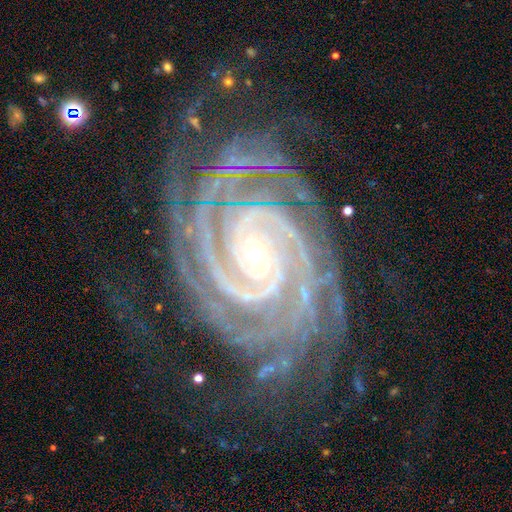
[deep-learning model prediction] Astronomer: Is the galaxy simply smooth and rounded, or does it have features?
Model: featured or disk — 93%.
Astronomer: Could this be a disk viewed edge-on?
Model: no — 98%.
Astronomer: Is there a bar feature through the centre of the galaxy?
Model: no — 69%.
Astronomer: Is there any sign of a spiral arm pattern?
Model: yes — 99%.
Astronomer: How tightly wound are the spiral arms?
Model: tight — 85%.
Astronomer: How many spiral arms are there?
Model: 2 — 26% (runner-up: 4, 18%).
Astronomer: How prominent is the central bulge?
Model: small — 85%.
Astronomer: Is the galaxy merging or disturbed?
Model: none — 71%.